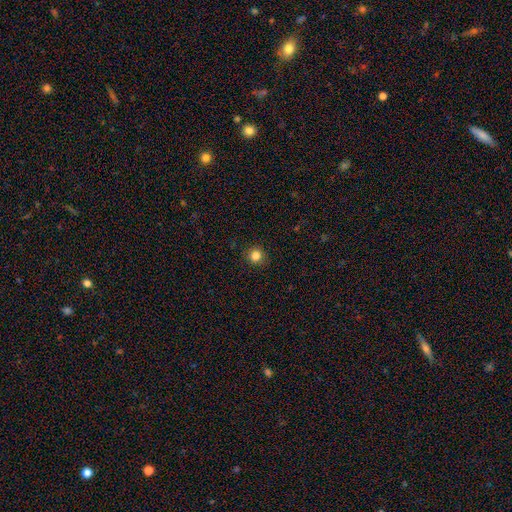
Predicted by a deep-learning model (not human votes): A smooth galaxy with no disk features (83%) that is round (94%). Merging: none (91%).